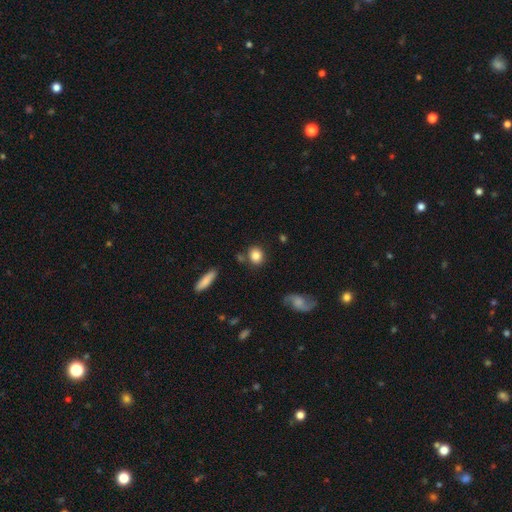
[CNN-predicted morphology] A smooth galaxy with no disk features (84%) that is round (67%). Merging: none (79%).